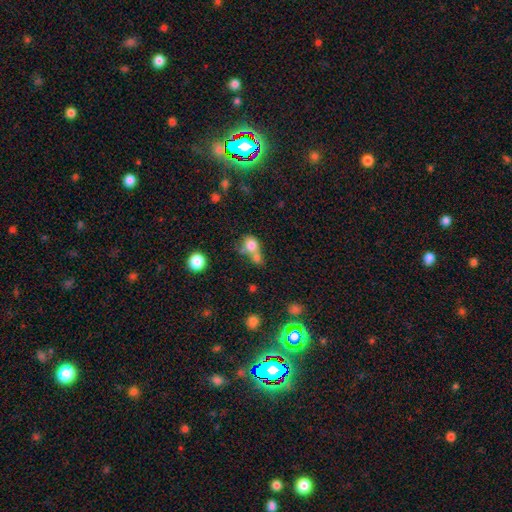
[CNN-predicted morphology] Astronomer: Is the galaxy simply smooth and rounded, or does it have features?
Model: smooth — 68%.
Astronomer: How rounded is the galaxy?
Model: round — 69%.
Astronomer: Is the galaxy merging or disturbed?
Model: merger — 49% (runner-up: none, 35%).